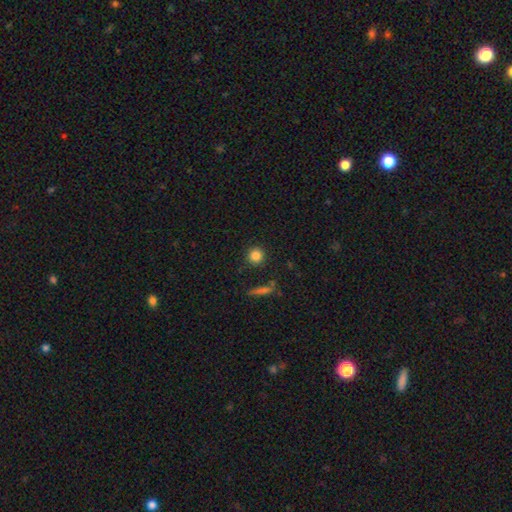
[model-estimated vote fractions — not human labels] This is clearly a smooth galaxy (84%). How rounded: clearly round (92%). Merging: clearly none (88%).